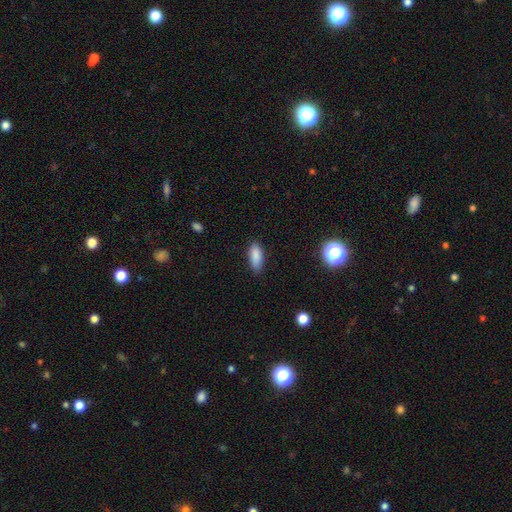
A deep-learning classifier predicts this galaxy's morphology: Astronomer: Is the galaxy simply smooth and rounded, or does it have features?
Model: smooth — 87%.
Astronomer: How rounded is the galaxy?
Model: in between — 78%.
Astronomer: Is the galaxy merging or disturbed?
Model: none — 84%.